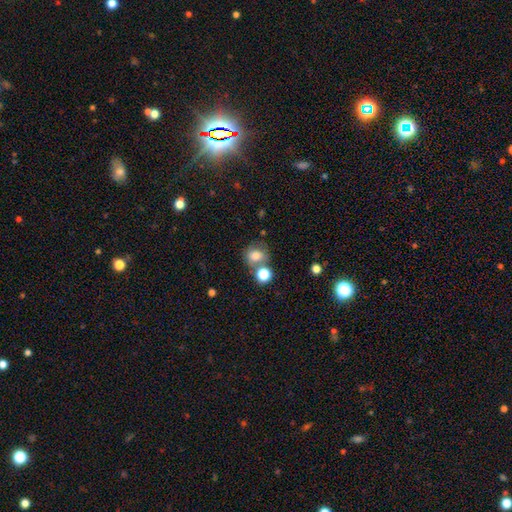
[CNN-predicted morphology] smooth-or-featured: smooth: 75% | star or artifact: 13% | featured or disk: 12%
  how-rounded: round: 79% | in between: 20% | cigar-shaped: 1%
  merging: none: 57% | merger: 26% | minor disturbance: 12% | major disturbance: 5%